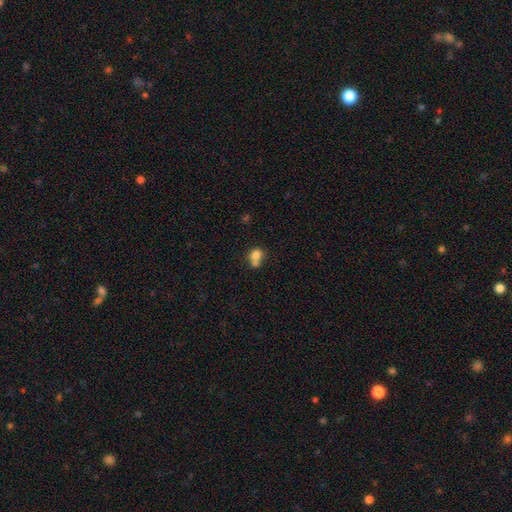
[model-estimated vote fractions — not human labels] Morphology: type=smooth (77%); roundness=round (67%); merging=merger (52%).